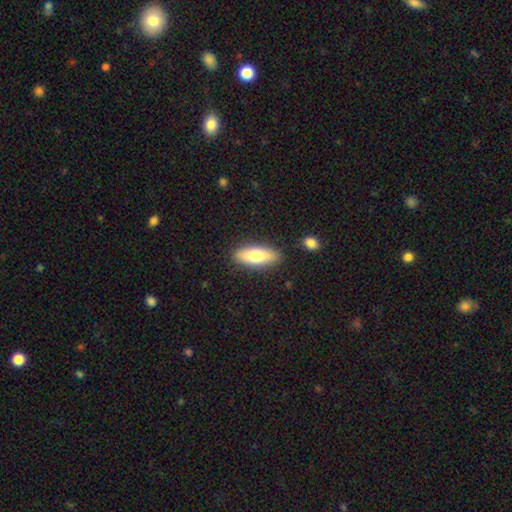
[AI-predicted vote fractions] Smooth or featured? smooth (73%)
How rounded? in between (68%)
Merging? none (86%)